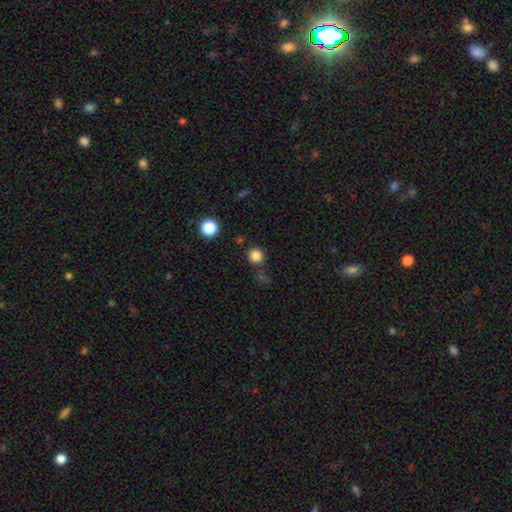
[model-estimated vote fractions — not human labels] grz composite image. It shows a smooth galaxy with no disk features (82%) that is round (93%). Merging: none (81%).